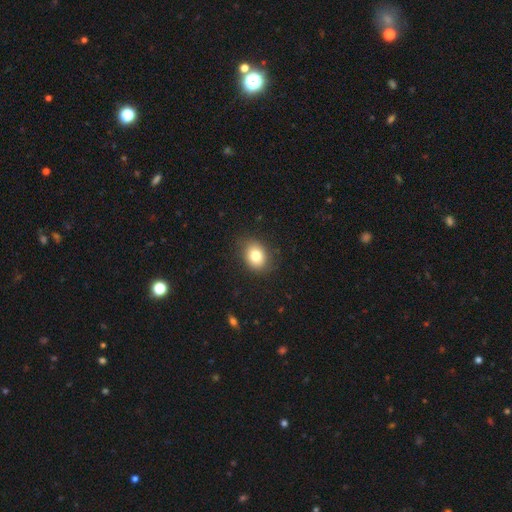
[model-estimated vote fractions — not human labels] A smooth galaxy with no disk features (80%) that is in between round and cigar-shaped (53%). Merging: none (84%).